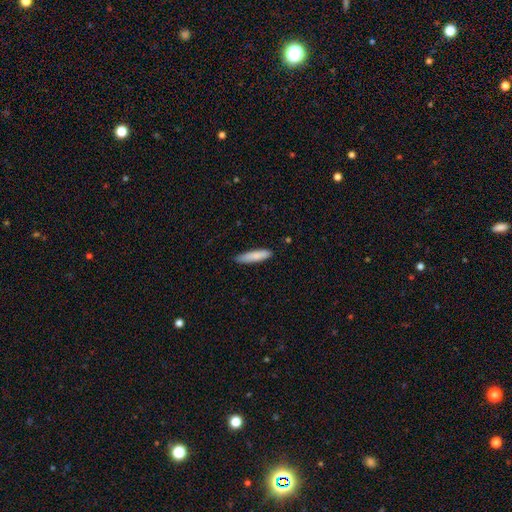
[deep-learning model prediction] The model was most divided on "how rounded": cigar-shaped: 79%, in between: 20%, round: 1%. More confident: smooth or featured — smooth (85%); merging — none (84%).